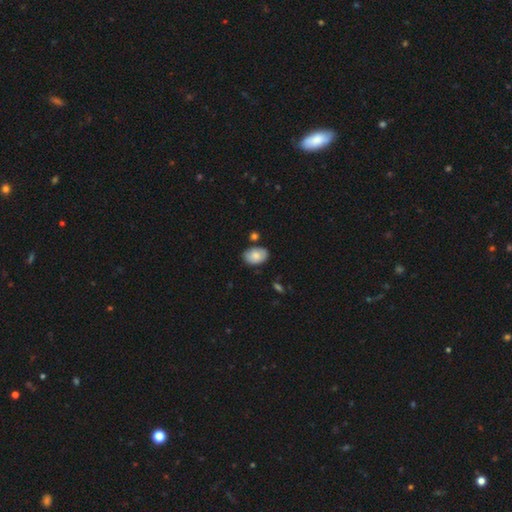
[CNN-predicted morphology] Smooth or featured: smooth — 81% (featured or disk — 12%)
How rounded: in between — 86% (round — 13%)
Merging: none — 76% (minor disturbance — 15%)